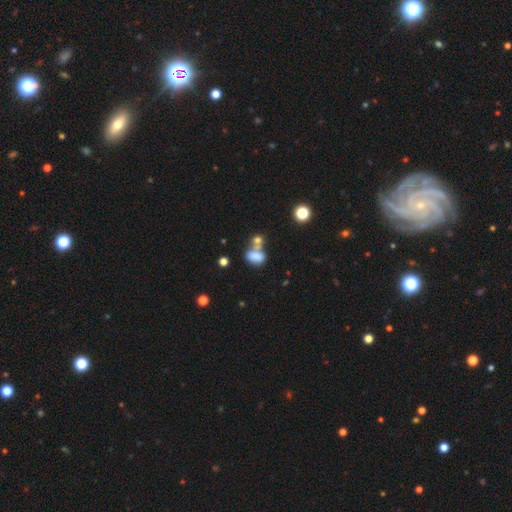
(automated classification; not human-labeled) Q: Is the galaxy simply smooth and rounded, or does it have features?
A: smooth — 75%.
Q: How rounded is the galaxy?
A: in between — 81%.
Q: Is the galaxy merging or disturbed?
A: merger — 51%.